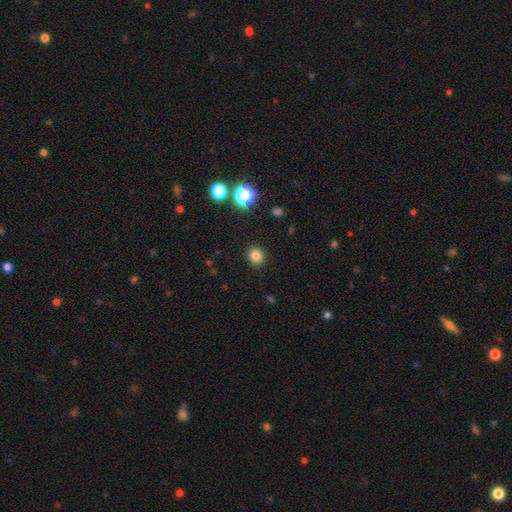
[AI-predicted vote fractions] Smooth or featured? smooth (82%)
How rounded? round (76%)
Merging? none (90%)